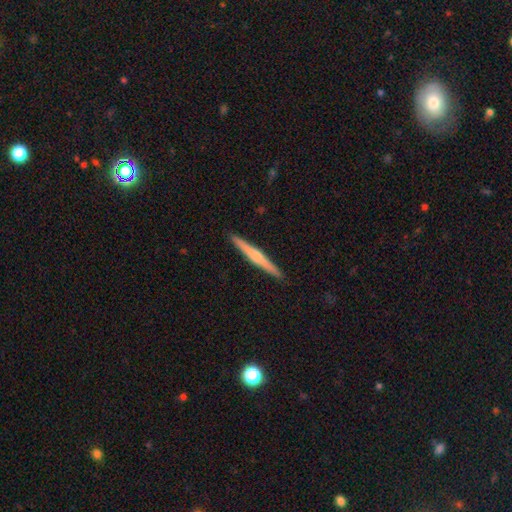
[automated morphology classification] Smooth or featured?
  - featured or disk: 56% *
  - smooth: 38%
  - star or artifact: 5%
Edge-on disk?
  - yes: 98% *
  - no: 2%
Edge-on bulge?
  - rounded: 61% *
  - none: 26%
  - boxy: 13%
Merging?
  - none: 92% *
  - minor disturbance: 5%
  - major disturbance: 1%
  - merger: 1%